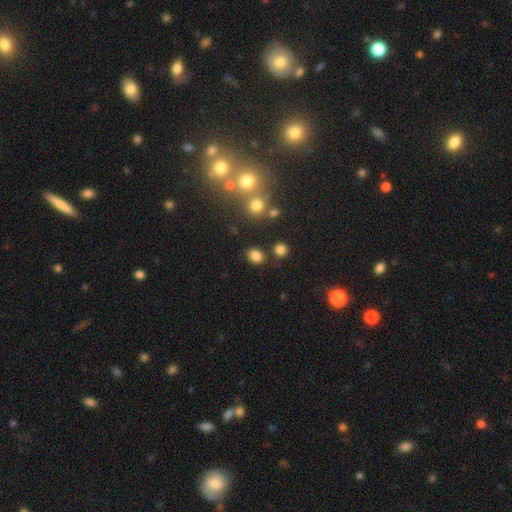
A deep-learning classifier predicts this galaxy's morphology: Smooth or featured? smooth (81%)
How rounded? in between (51%)
Merging? none (81%)